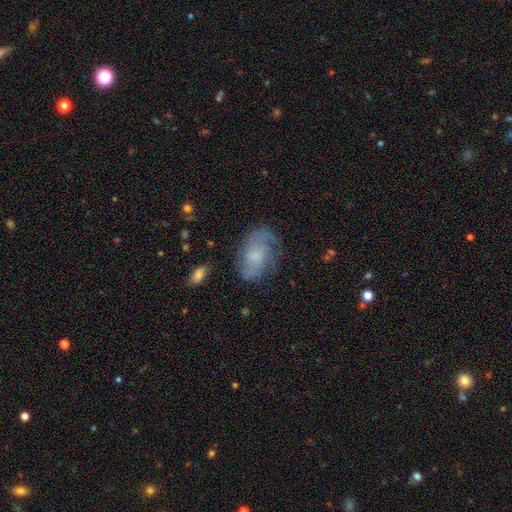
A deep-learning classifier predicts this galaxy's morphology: Smooth or featured? Predicted: featured or disk (p=0.59). Edge-on disk? Predicted: no (p=0.96). Bar? Predicted: no (p=0.59). Spiral arms? Predicted: yes (p=0.85). Bulge size? Predicted: moderate (p=0.33). Merging? Predicted: none (p=0.70).